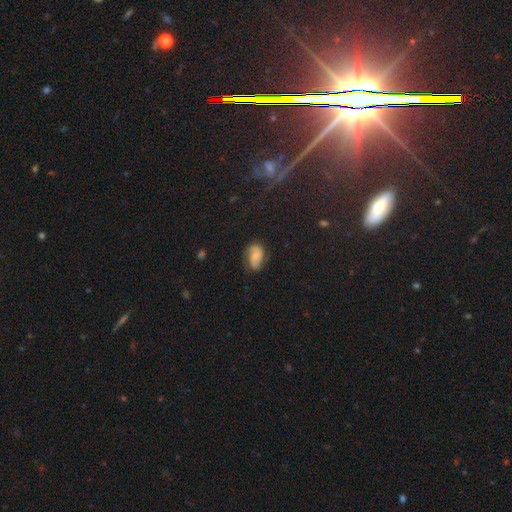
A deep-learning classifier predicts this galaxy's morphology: smooth 47%, featured or disk 41%, star or artifact 12%. Down the decision tree: merging — none (61%).